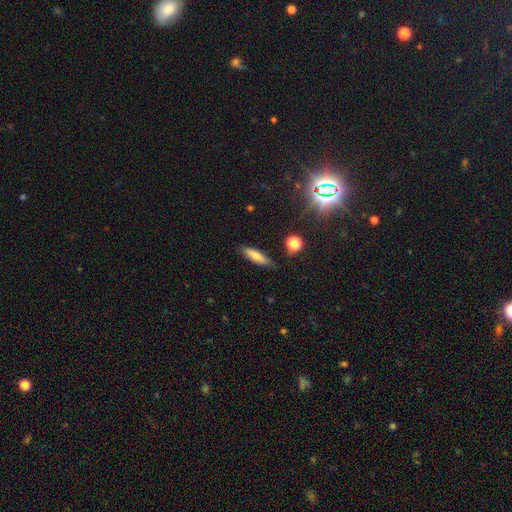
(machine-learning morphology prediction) Overall: smooth (69%). How rounded: cigar-shaped (60%; in between 38%). Merging: none (81%).